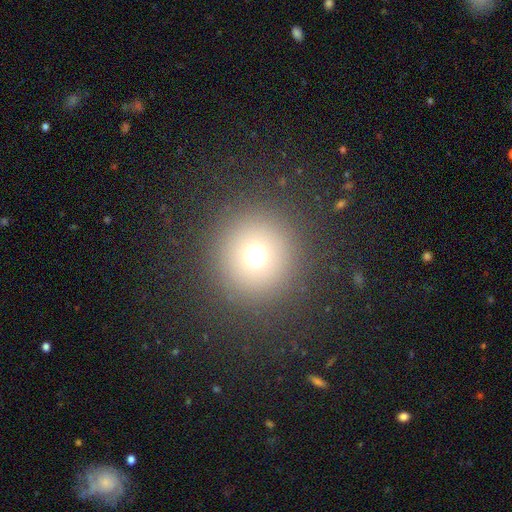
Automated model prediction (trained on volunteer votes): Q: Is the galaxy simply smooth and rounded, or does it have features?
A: smooth — 68%.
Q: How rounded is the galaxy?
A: round — 95%.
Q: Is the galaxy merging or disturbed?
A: none — 88%.